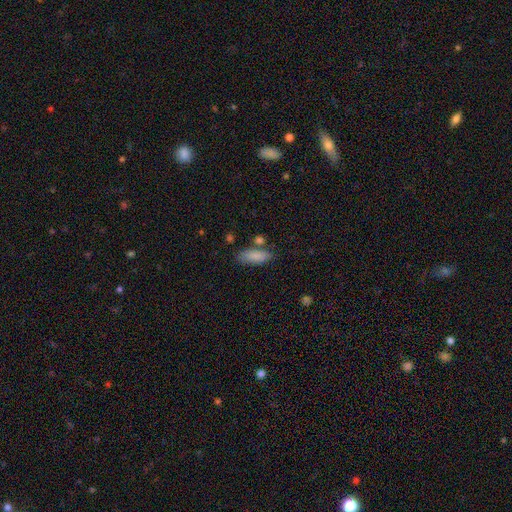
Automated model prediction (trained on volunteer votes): Smooth or featured?
  - smooth: 85% *
  - featured or disk: 8%
  - star or artifact: 7%
How rounded?
  - in between: 71% *
  - cigar-shaped: 26%
  - round: 3%
Merging?
  - none: 69% *
  - minor disturbance: 16%
  - merger: 10%
  - major disturbance: 4%